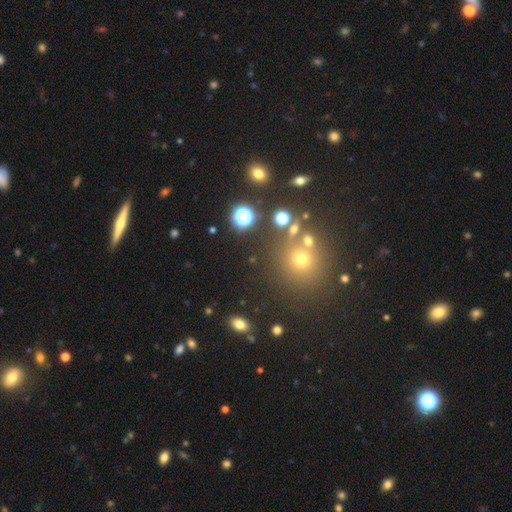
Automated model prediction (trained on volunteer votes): smooth_or_featured: star or artifact (p=0.45) [alt: smooth p=0.44]